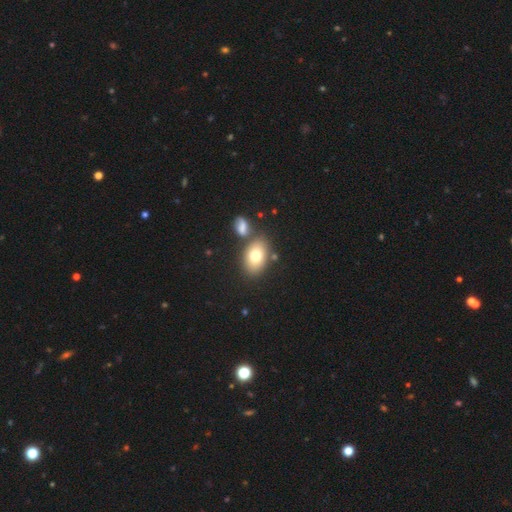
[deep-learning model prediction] Smooth or featured? smooth (76%)
How rounded? in between (85%)
Merging? none (69%)